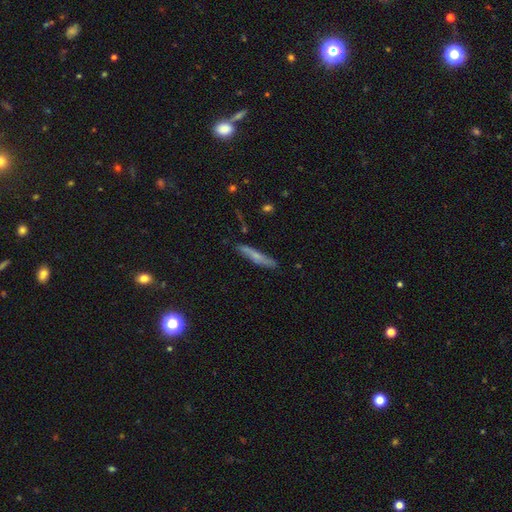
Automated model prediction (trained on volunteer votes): Morphology: type=smooth (55%); roundness=cigar-shaped (92%); merging=none (82%).